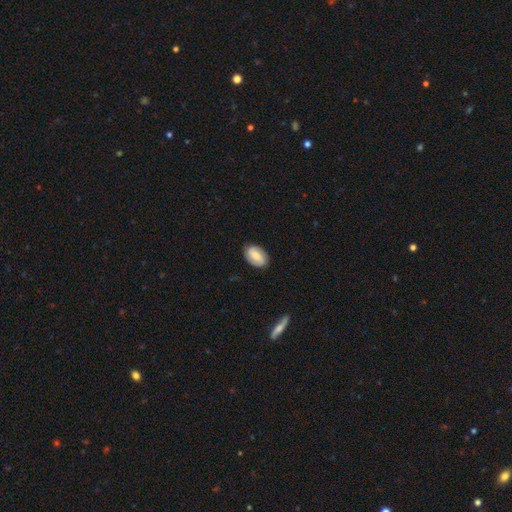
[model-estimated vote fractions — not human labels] A smooth galaxy with no disk features (68%) that is in between round and cigar-shaped (90%).

Vote fractions:
- Smooth or featured? smooth: 68% / featured or disk: 24% / star or artifact: 7%
- How rounded? in between: 90% / round: 8% / cigar-shaped: 2%
- Merging? none: 84% / minor disturbance: 12% / major disturbance: 3% / merger: 1%